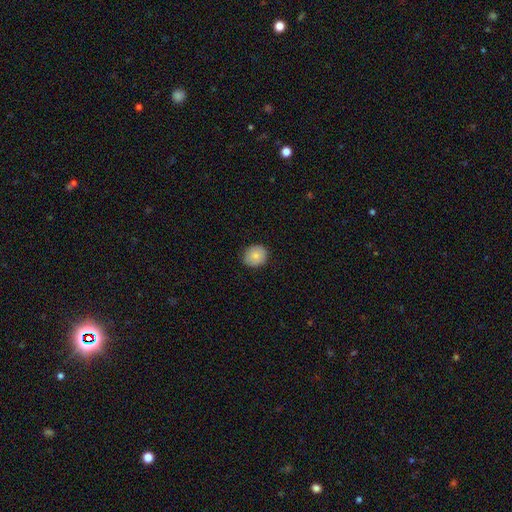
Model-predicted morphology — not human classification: The model was most divided on "how rounded": round: 74%, in between: 25%, cigar-shaped: 1%. More confident: merging — none (86%); smooth or featured — smooth (81%).